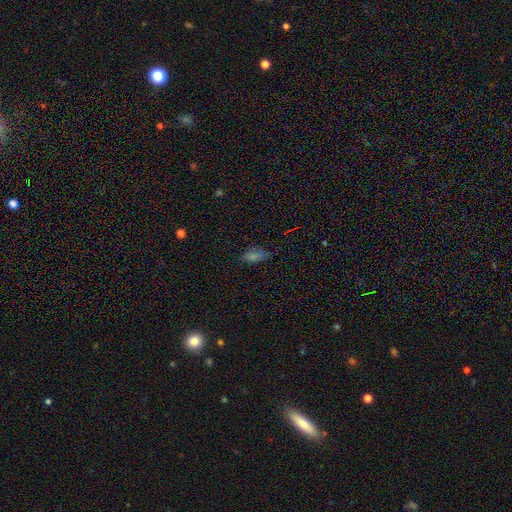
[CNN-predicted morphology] type=smooth (61%); roundness=in between (79%); merging=none (69%).